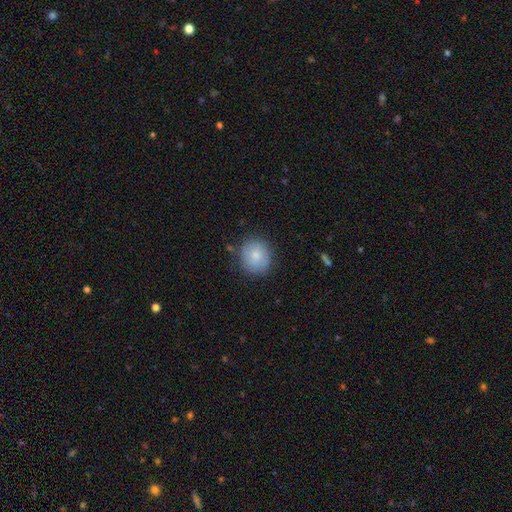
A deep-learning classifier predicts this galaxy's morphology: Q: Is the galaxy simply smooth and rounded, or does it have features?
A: smooth — 80%.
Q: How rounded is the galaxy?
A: round — 84%.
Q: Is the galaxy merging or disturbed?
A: none — 79%.